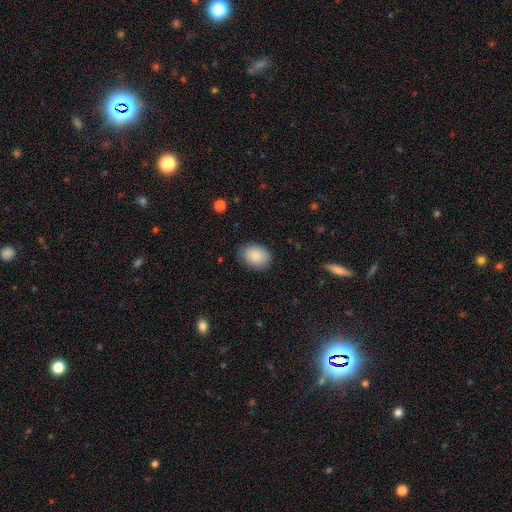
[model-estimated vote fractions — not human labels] smooth-or-featured: smooth: 86% | star or artifact: 7% | featured or disk: 7%
  how-rounded: in between: 62% | round: 37% | cigar-shaped: 1%
  merging: none: 82% | minor disturbance: 14% | major disturbance: 3% | merger: 1%